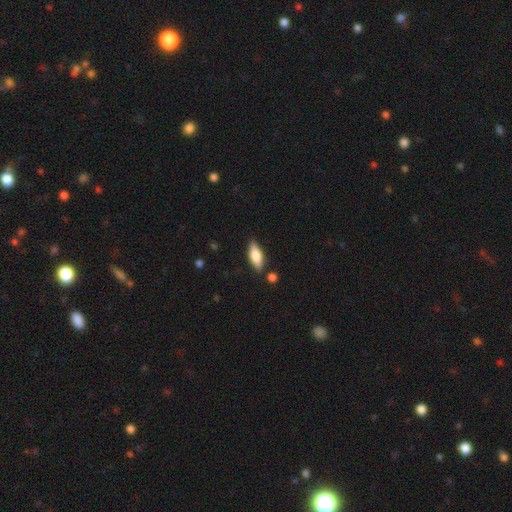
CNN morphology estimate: This is likely a smooth galaxy (67%). How rounded: likely in between (62%). Merging: clearly none (84%).